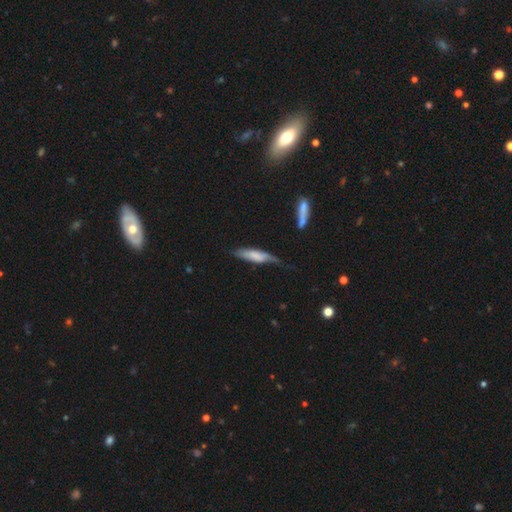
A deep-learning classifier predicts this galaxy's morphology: type=smooth (61%); roundness=cigar-shaped (67%); merging=none (40%).